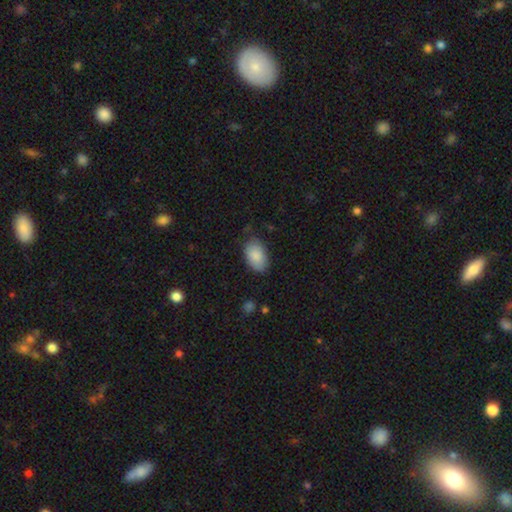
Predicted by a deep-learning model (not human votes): Smooth or featured?
  - smooth: 87% *
  - featured or disk: 7%
  - star or artifact: 6%
How rounded?
  - in between: 92% *
  - round: 6%
  - cigar-shaped: 1%
Merging?
  - none: 76% *
  - minor disturbance: 19%
  - major disturbance: 4%
  - merger: 1%